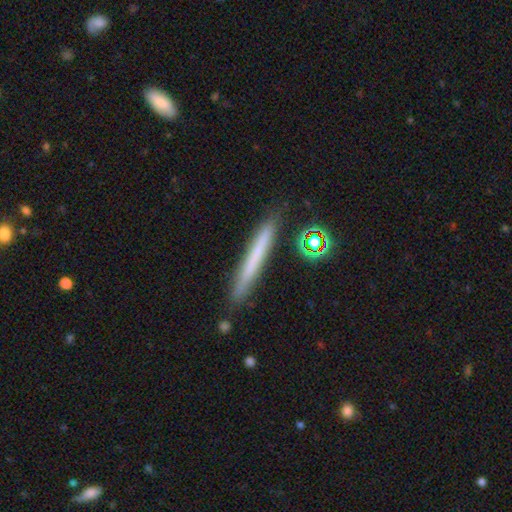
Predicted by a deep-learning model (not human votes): smooth-or-featured: smooth: 59% | featured or disk: 32% | star or artifact: 9%
  how-rounded: cigar-shaped: 96% | in between: 2% | round: 1%
  merging: none: 86% | minor disturbance: 10% | merger: 3% | major disturbance: 2%